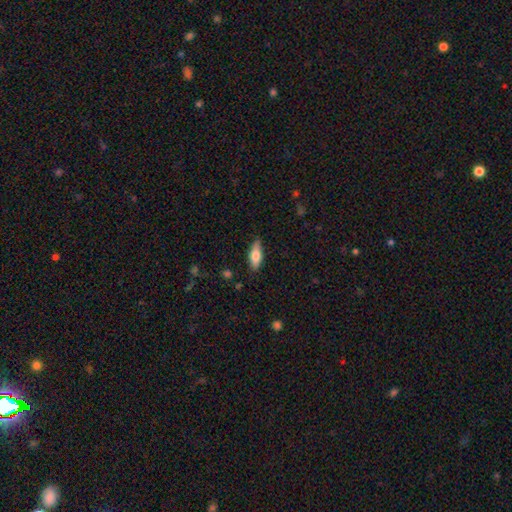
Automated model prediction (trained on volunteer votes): Smooth or featured? Predicted: smooth (p=0.68). How rounded? Predicted: in between (p=0.65). Merging? Predicted: none (p=0.84).